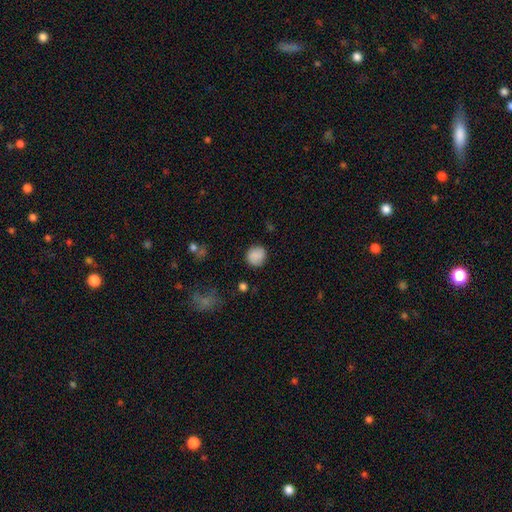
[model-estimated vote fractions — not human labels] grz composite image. It shows a smooth galaxy with no disk features (86%) that is round (87%). Merging: none (85%).